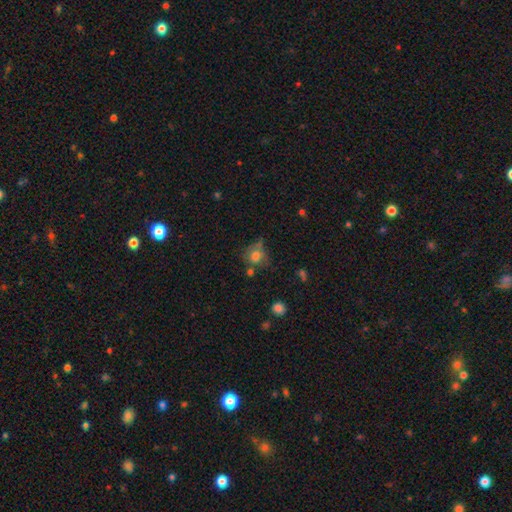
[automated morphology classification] A smooth galaxy with no disk features (73%) that is round (78%). Merging: none (48%).